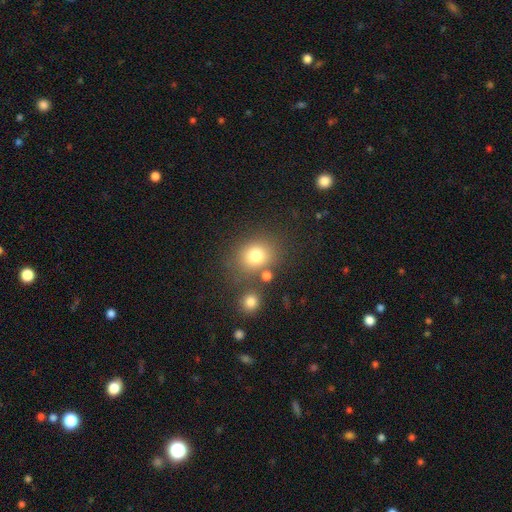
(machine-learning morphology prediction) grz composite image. It shows a smooth galaxy with no disk features (77%) that is round (65%). Merging: none (67%).